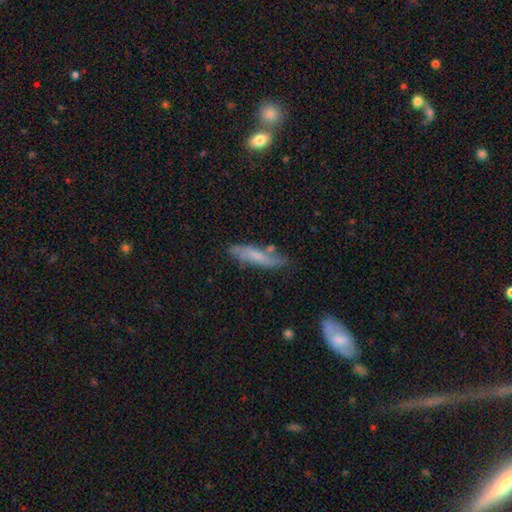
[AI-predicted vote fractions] Overall: smooth (56%; featured or disk 37%). How rounded: cigar-shaped (79%). Merging: none (68%).